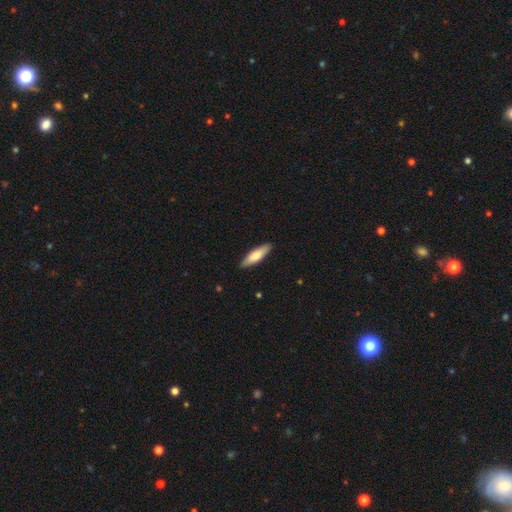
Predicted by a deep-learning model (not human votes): The model was most divided on "how rounded": cigar-shaped: 57%, in between: 41%, round: 2%. More confident: merging — none (88%); smooth or featured — smooth (74%).